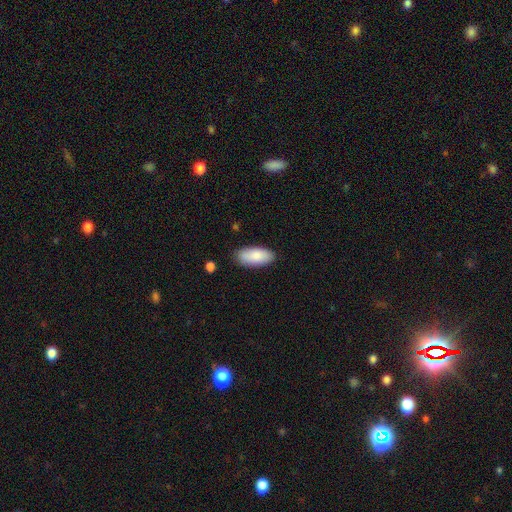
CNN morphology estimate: This appears to be a smooth galaxy with no disk features (85%) that is in between round and cigar-shaped (91%). Merging: none (84%).